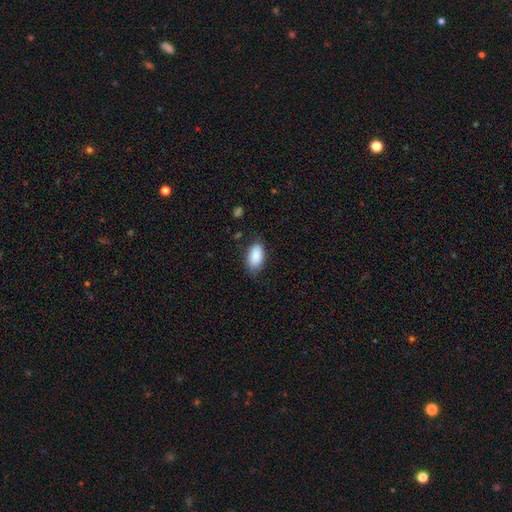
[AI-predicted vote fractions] smooth-or-featured: smooth: 88% | star or artifact: 6% | featured or disk: 5%
  how-rounded: in between: 94% | round: 4% | cigar-shaped: 2%
  merging: none: 75% | minor disturbance: 20% | major disturbance: 4% | merger: 1%